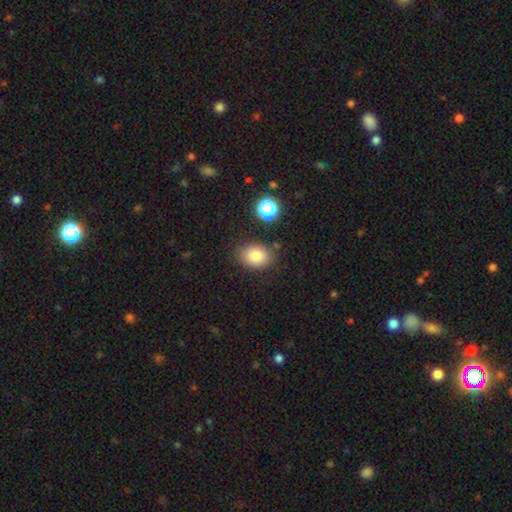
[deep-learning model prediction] Morphology: type=smooth (83%); roundness=in between (67%); merging=none (80%).